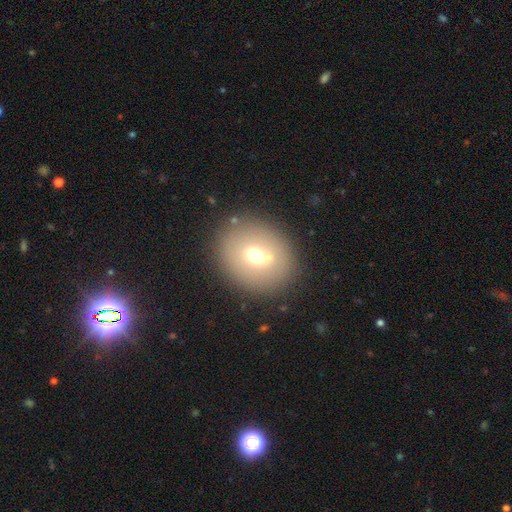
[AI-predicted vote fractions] Smooth or featured?
  - smooth: 63% *
  - featured or disk: 24%
  - star or artifact: 13%
How rounded?
  - round: 64% *
  - in between: 35%
  - cigar-shaped: 1%
Merging?
  - none: 77% *
  - minor disturbance: 10%
  - merger: 9%
  - major disturbance: 4%